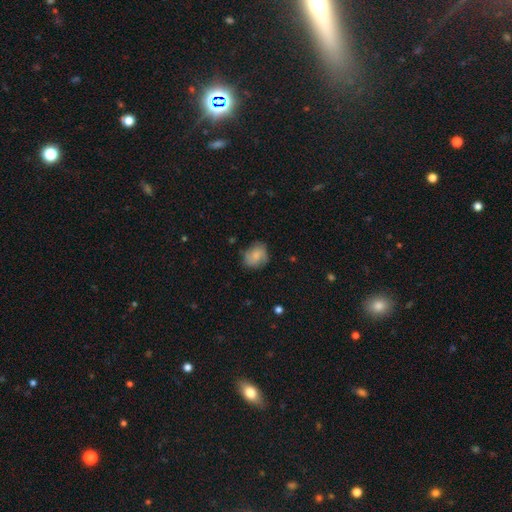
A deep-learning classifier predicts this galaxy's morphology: This appears to be a smooth galaxy with no disk features (68%) that is round (58%). Merging: none (66%).